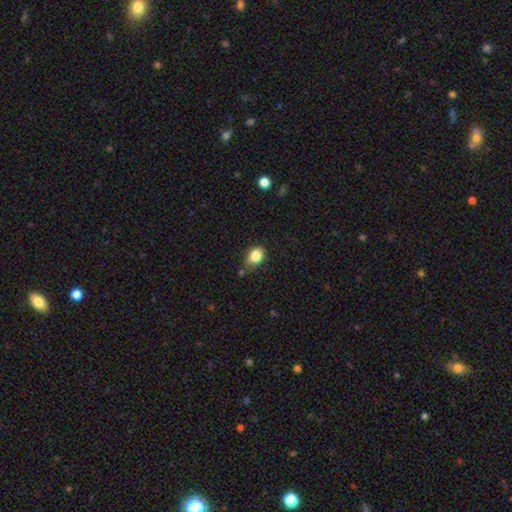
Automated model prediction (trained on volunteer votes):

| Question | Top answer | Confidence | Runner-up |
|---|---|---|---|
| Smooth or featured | smooth | 84% | star or artifact (9%) |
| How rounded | in between | 69% | round (29%) |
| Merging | none | 54% | minor disturbance (33%) |